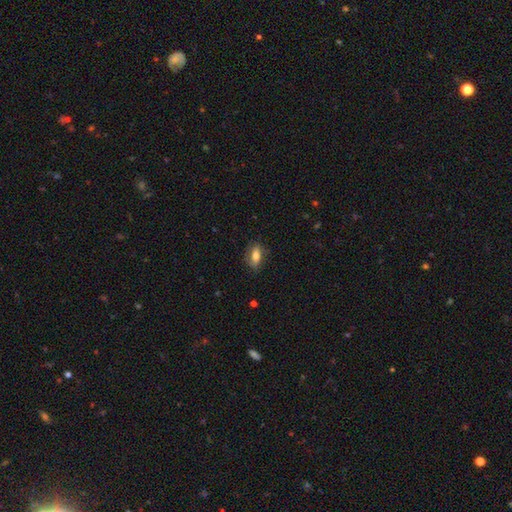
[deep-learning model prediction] Overall: smooth (67%). How rounded: in between (76%). Merging: none (78%).